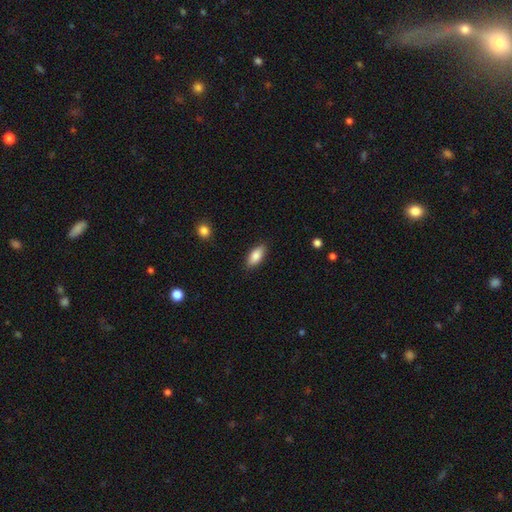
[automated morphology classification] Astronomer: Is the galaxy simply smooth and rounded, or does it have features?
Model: smooth — 85%.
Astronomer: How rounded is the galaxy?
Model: in between — 86%.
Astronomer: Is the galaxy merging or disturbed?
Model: none — 87%.